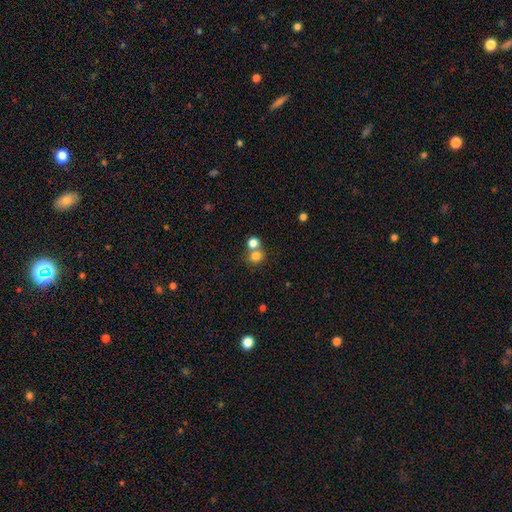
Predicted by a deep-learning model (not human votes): This appears to be a smooth galaxy with no disk features (79%) that is round (82%). Merging: none (49%).